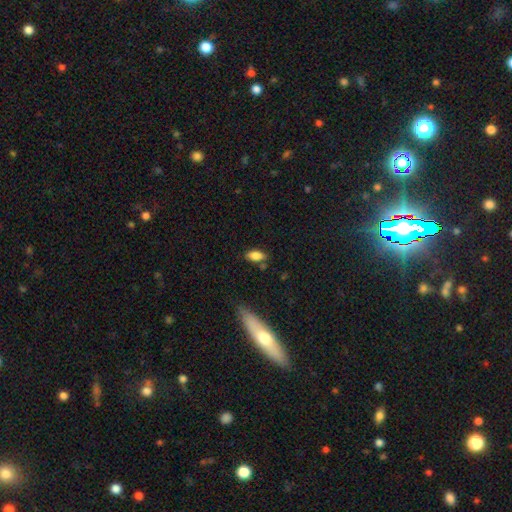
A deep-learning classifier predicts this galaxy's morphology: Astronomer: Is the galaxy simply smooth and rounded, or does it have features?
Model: smooth — 84%.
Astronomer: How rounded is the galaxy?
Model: in between — 89%.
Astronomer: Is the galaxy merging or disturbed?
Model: none — 76%.